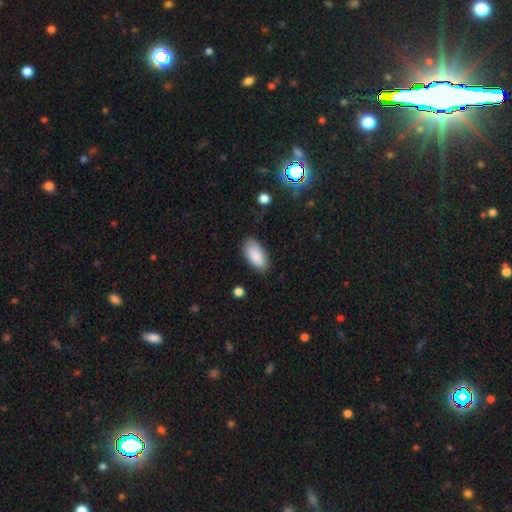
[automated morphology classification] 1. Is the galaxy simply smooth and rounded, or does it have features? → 88% smooth, 6% star or artifact, 6% featured or disk.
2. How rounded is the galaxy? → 93% in between, 5% cigar-shaped, 2% round.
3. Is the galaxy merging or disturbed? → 80% none, 15% minor disturbance, 3% major disturbance, 2% merger.